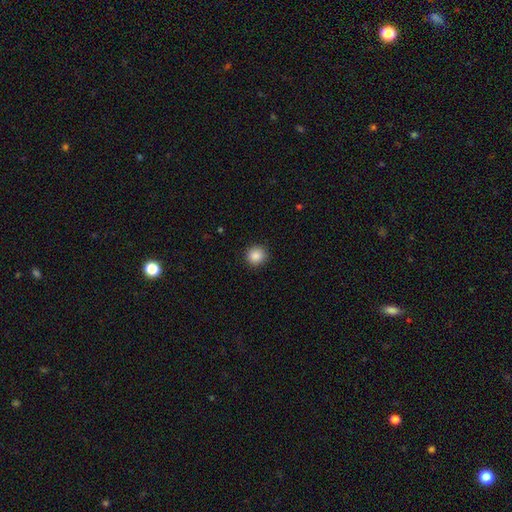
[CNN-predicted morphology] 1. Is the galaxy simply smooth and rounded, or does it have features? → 88% smooth, 9% star or artifact, 3% featured or disk.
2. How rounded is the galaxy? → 93% round, 6% in between, 1% cigar-shaped.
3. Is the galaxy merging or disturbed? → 91% none, 6% minor disturbance, 2% major disturbance, 1% merger.